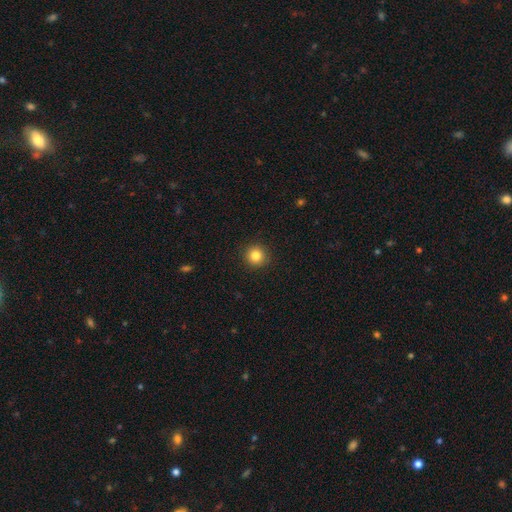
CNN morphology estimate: type=smooth (84%); roundness=round (94%); merging=none (92%).